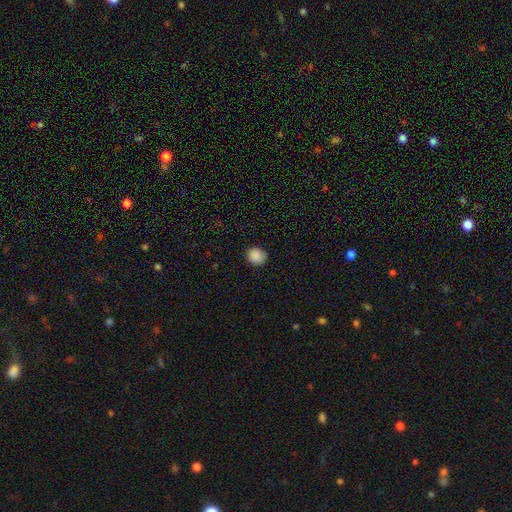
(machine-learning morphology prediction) This appears to be a smooth galaxy with no disk features (88%) that is round (80%). Merging: none (86%).